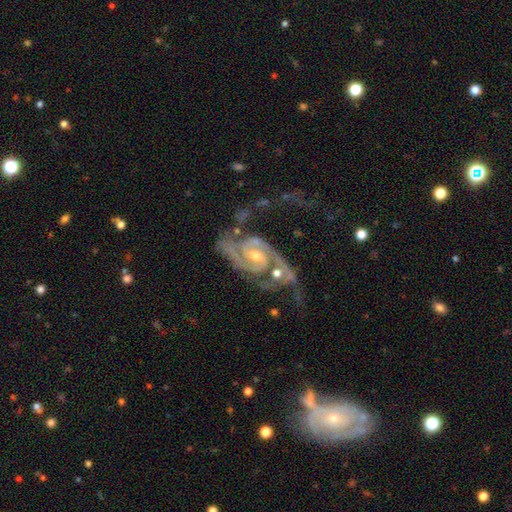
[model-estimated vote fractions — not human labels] Smooth or featured?
  - featured or disk: 93% *
  - star or artifact: 4%
  - smooth: 3%
Edge-on disk?
  - no: 97% *
  - yes: 3%
Bar?
  - no: 47% *
  - weak: 38%
  - strong: 15%
Spiral arms?
  - yes: 98% *
  - no: 2%
Spiral winding?
  - tight: 46% *
  - medium: 44%
  - loose: 11%
Spiral arm count?
  - 2: 78% *
  - 3: 10%
  - can't tell: 5%
  - 4: 3%
  - 1: 2%
  - more than 4: 2%
Bulge size?
  - moderate: 51% *
  - small: 46%
  - large: 2%
  - none: 1%
  - dominant: 1%
Merging?
  - none: 38% *
  - major disturbance: 25%
  - minor disturbance: 22%
  - merger: 15%